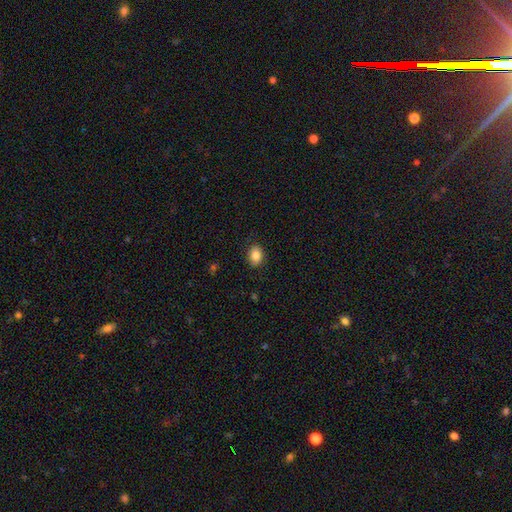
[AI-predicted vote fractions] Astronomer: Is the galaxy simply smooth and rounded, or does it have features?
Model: smooth — 85%.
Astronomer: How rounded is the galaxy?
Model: in between — 68%.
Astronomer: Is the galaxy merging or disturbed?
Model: none — 87%.